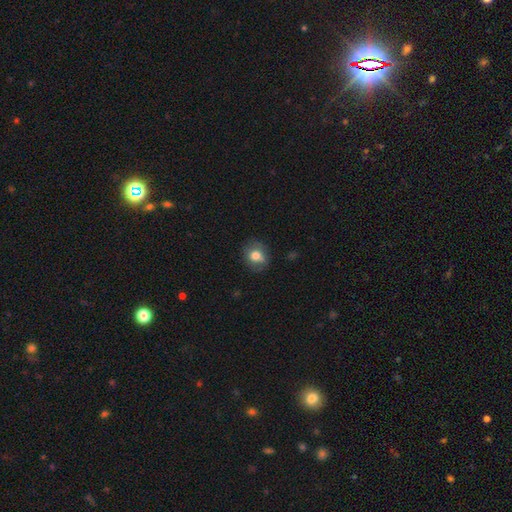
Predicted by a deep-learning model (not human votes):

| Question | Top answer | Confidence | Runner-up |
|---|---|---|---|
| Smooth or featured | smooth | 75% | featured or disk (17%) |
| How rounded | round | 62% | in between (37%) |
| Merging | none | 80% | minor disturbance (15%) |